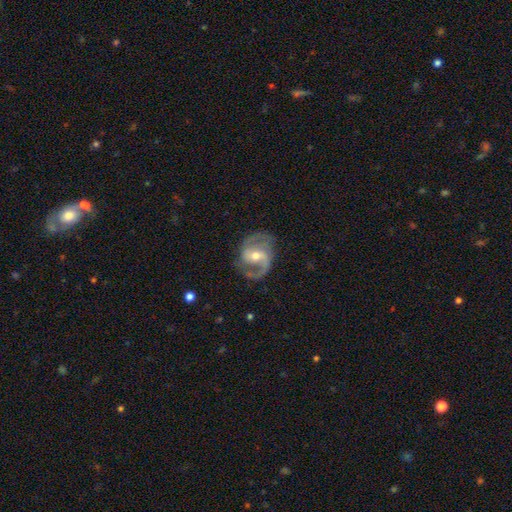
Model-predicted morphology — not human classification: Overall: featured or disk (89%). Edge-on disk: no (98%). Bar: weak (46%; no 35%). Spiral arms: yes (97%). Spiral arm count: 2 (86%). Spiral winding: medium (56%; loose 26%). Bulge size: moderate (60%; small 35%). Merging: none (74%).